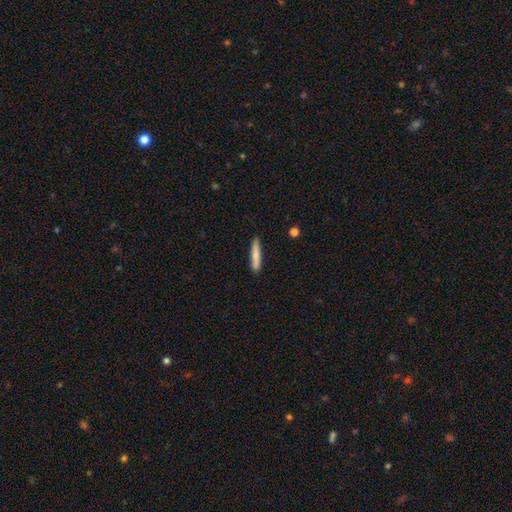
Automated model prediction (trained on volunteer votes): Q: Smooth or featured?
A: smooth (79%); runner-up: featured or disk (15%)
Q: How rounded?
A: cigar-shaped (90%); runner-up: in between (8%)
Q: Merging?
A: none (87%); runner-up: minor disturbance (9%)